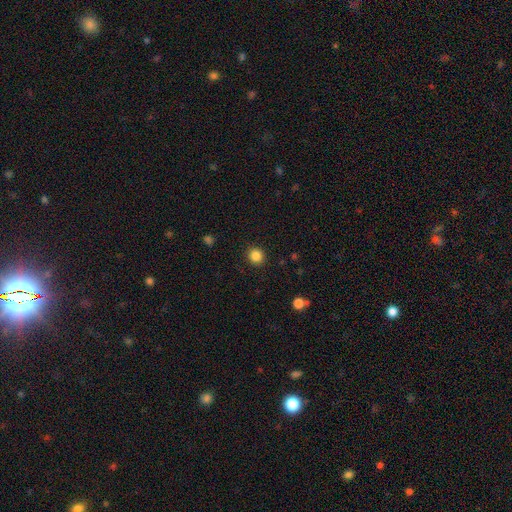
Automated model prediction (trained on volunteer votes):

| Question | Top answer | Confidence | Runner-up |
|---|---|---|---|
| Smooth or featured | smooth | 86% | star or artifact (11%) |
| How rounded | round | 89% | in between (11%) |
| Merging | none | 91% | minor disturbance (6%) |